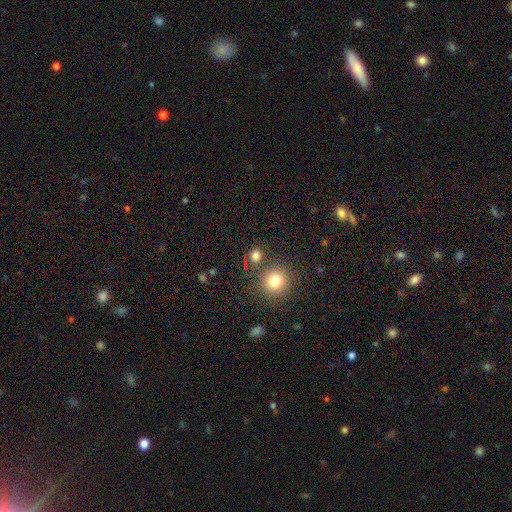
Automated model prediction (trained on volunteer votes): This is likely a smooth galaxy (79%). How rounded: clearly round (80%). Merging: likely none (75%).